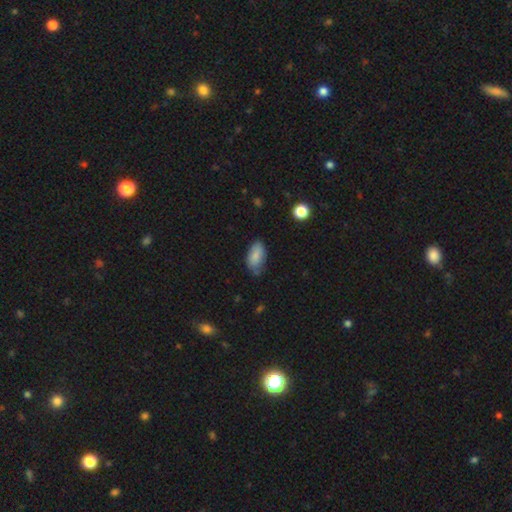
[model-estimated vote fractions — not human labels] Smooth or featured?
  - smooth: 83% *
  - featured or disk: 10%
  - star or artifact: 7%
How rounded?
  - in between: 94% *
  - round: 3%
  - cigar-shaped: 3%
Merging?
  - none: 68% *
  - minor disturbance: 26%
  - major disturbance: 5%
  - merger: 2%